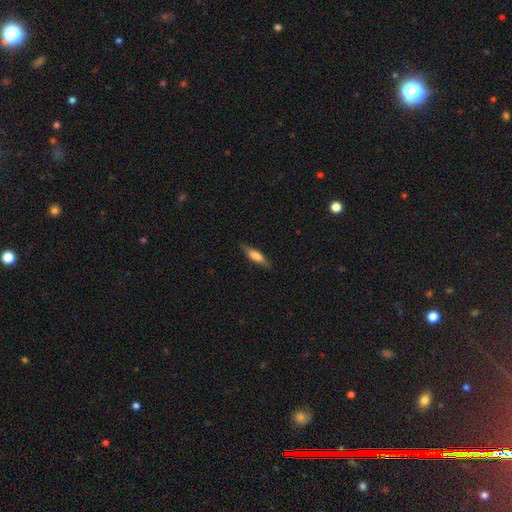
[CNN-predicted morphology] smooth_or_featured: smooth (p=0.63) [alt: featured or disk p=0.30]
how_rounded: cigar-shaped (p=0.66) [alt: in between p=0.33]
merging: none (p=0.81) [alt: minor disturbance p=0.14]